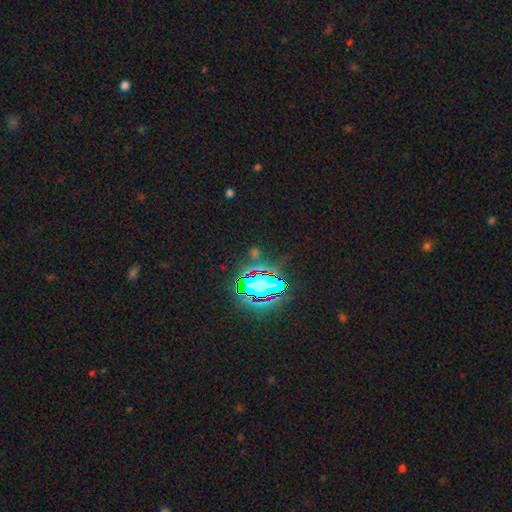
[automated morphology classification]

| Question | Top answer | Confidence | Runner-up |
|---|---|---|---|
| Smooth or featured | star or artifact | 73% | smooth (15%) |